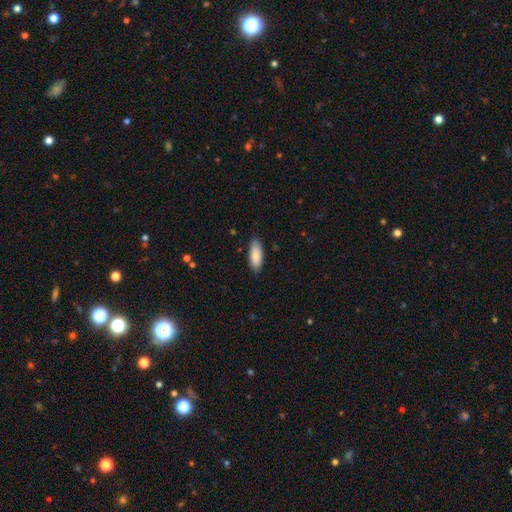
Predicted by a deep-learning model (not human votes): The model was most divided on "how rounded": in between: 79%, cigar-shaped: 20%, round: 2%. More confident: merging — none (86%); smooth or featured — smooth (84%).